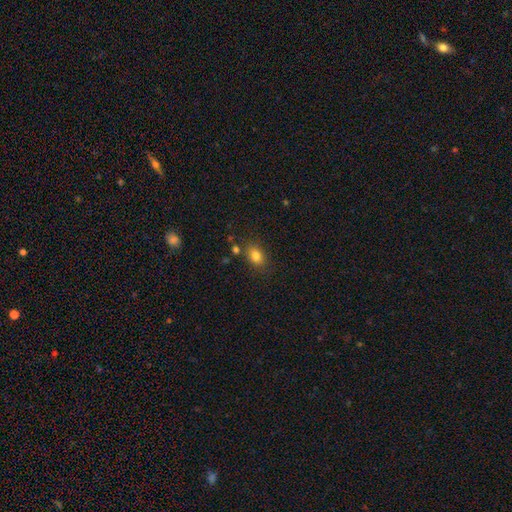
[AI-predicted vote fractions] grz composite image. It shows a smooth galaxy with no disk features (82%) that is in between round and cigar-shaped (71%). Merging: none (78%).